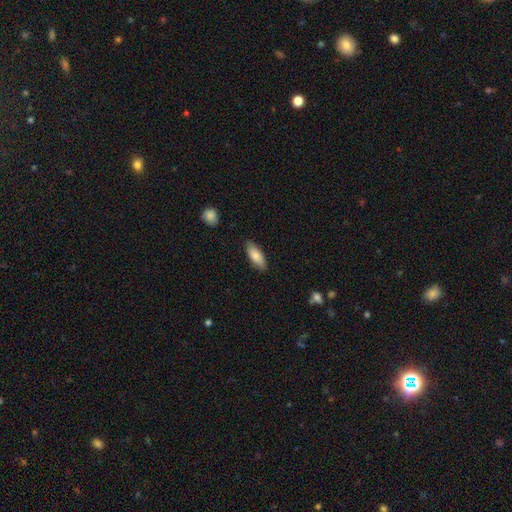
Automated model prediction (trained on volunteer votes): smooth-or-featured: smooth: 81% | featured or disk: 13% | star or artifact: 6%
  how-rounded: in between: 73% | cigar-shaped: 25% | round: 2%
  merging: none: 85% | minor disturbance: 11% | major disturbance: 2% | merger: 1%